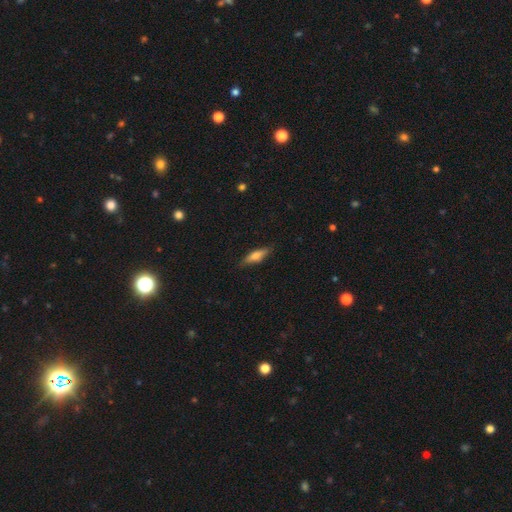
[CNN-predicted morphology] Q: Smooth or featured?
A: smooth (59%); runner-up: featured or disk (34%)
Q: How rounded?
A: cigar-shaped (61%); runner-up: in between (36%)
Q: Merging?
A: none (85%); runner-up: minor disturbance (12%)